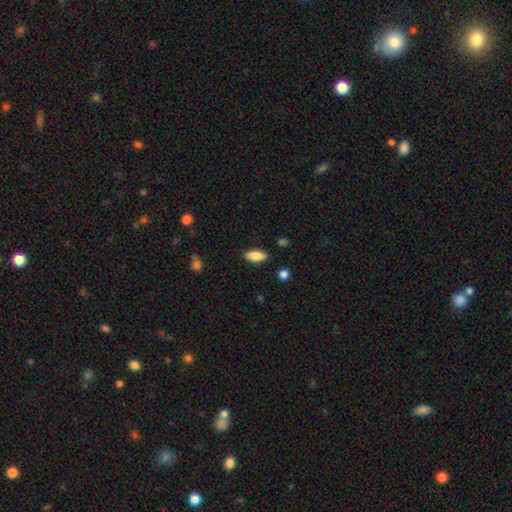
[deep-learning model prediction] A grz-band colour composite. It shows a smooth galaxy with no disk features (86%) that is in between round and cigar-shaped (87%). Merging: none (87%).